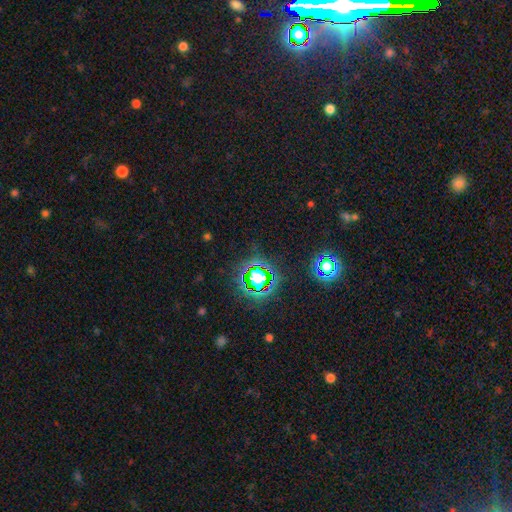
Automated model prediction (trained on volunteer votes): This appears to be a star or artifact, not a galaxy (80%).